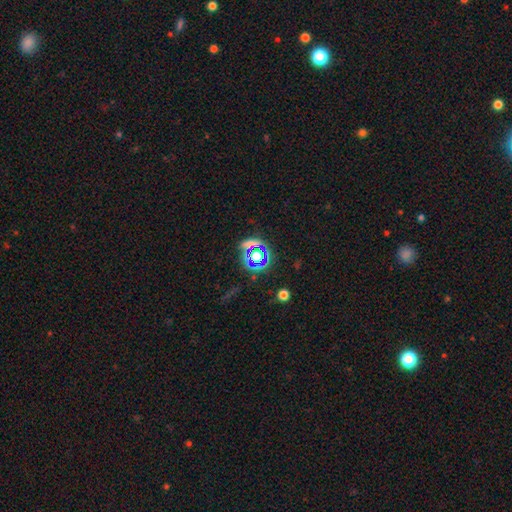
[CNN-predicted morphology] This is possibly a star or artifact rather than a galaxy (58%).